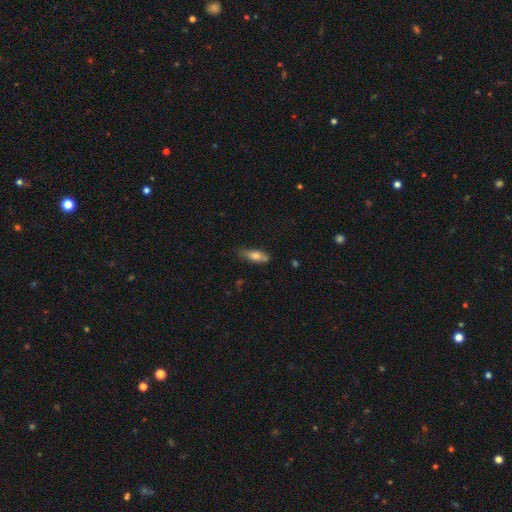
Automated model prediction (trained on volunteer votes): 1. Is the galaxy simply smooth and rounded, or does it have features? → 71% smooth, 22% featured or disk, 7% star or artifact.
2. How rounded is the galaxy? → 63% in between, 35% cigar-shaped, 3% round.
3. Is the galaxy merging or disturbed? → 68% none, 24% minor disturbance, 5% major disturbance, 3% merger.